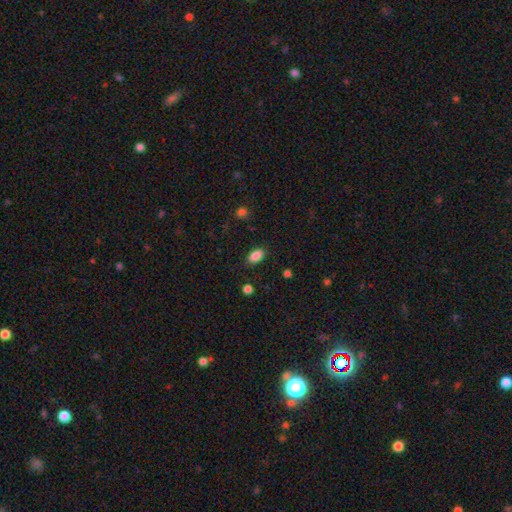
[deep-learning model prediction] Overall: smooth (87%). How rounded: in between (91%). Merging: none (85%).